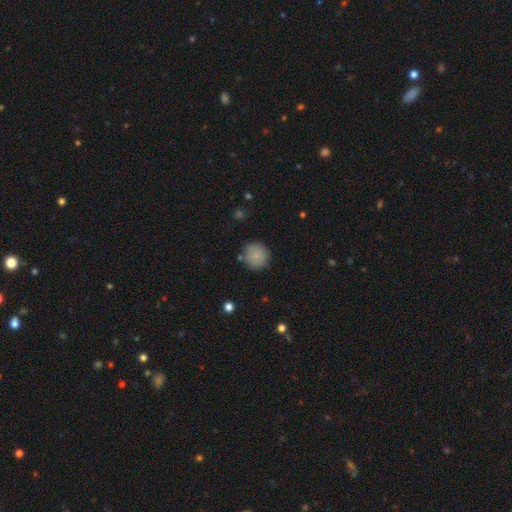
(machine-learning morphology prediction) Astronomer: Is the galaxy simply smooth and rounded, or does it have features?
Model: smooth — 83%.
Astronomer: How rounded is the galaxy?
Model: round — 93%.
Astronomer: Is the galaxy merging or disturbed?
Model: none — 82%.